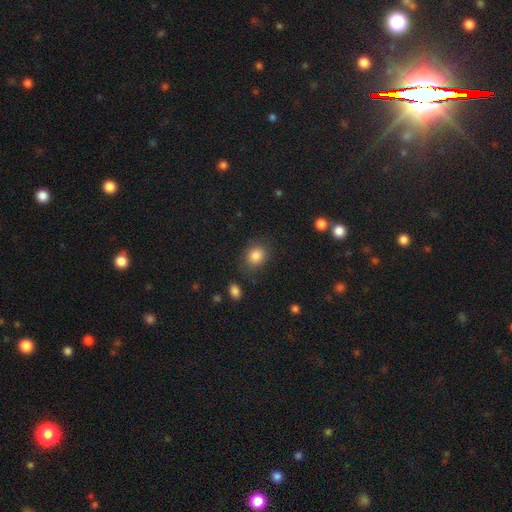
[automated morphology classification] This appears to be a smooth galaxy with no disk features (85%) that is round (57%). Merging: none (78%).